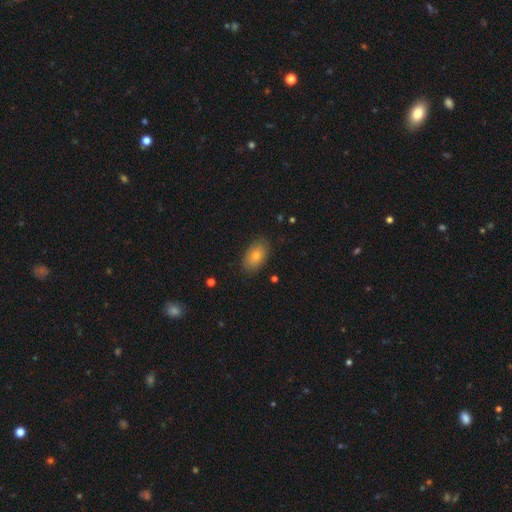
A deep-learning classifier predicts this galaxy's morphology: Smooth or featured? Predicted: smooth (p=0.75). How rounded? Predicted: in between (p=0.90). Merging? Predicted: none (p=0.85).